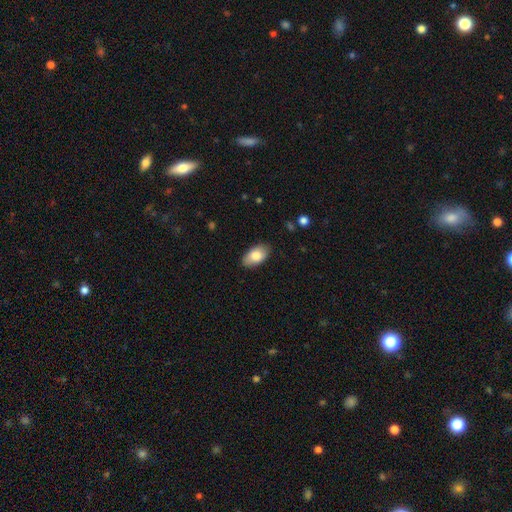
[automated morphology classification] Smooth or featured? Predicted: smooth (p=0.81). How rounded? Predicted: in between (p=0.94). Merging? Predicted: none (p=0.86).